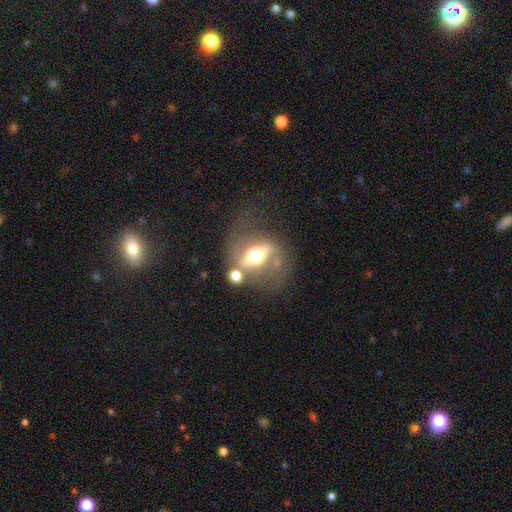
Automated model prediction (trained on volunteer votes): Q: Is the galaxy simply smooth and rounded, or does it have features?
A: featured or disk — 66%.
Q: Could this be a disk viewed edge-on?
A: no — 73%.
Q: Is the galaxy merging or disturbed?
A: none — 51%.